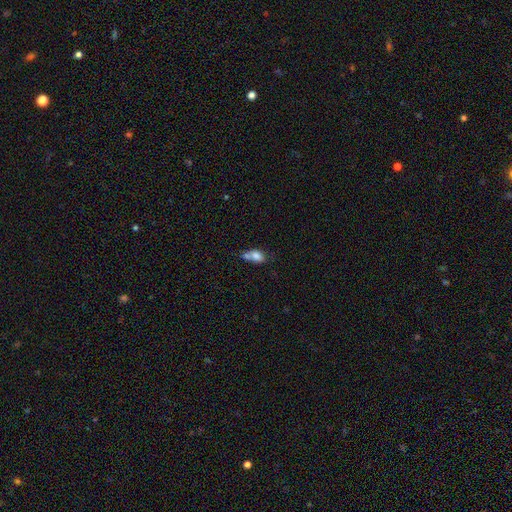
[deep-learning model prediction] Q: Smooth or featured?
A: smooth (75%); runner-up: featured or disk (16%)
Q: How rounded?
A: in between (74%); runner-up: round (23%)
Q: Merging?
A: merger (54%); runner-up: none (25%)